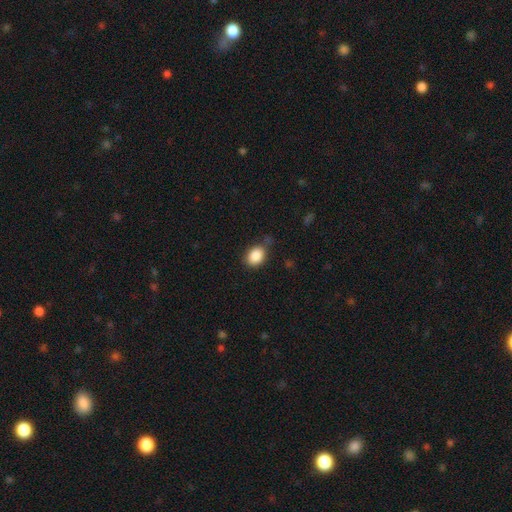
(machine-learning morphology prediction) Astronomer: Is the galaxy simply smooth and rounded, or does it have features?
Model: smooth — 87%.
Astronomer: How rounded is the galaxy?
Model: in between — 62% (runner-up: round, 37%).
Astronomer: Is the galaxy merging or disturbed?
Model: none — 70%.